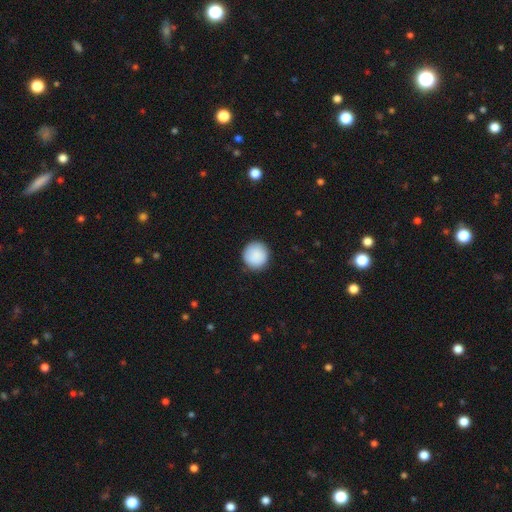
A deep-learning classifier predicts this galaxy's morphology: Overall: smooth (90%). How rounded: round (95%). Merging: none (91%).